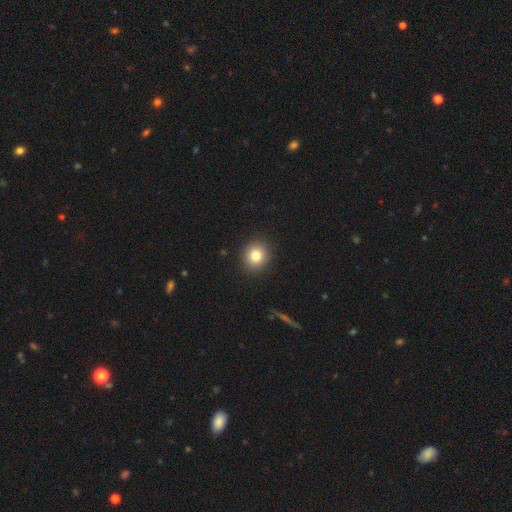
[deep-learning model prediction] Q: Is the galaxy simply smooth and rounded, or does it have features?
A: smooth — 82%.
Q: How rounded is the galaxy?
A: round — 86%.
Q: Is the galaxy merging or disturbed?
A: none — 92%.